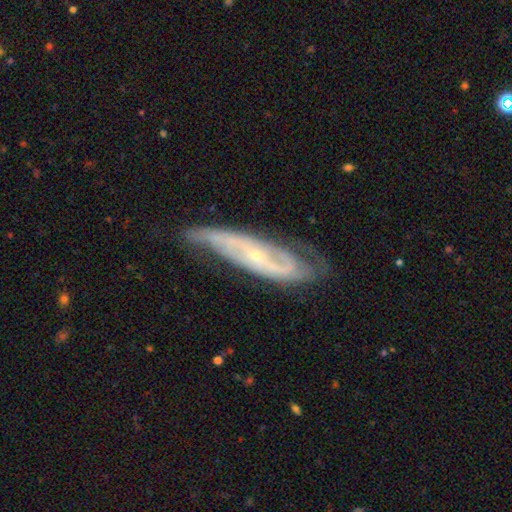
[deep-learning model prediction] smooth_or_featured: featured or disk (p=0.83) [alt: smooth p=0.10]
disk_edge_on: no (p=0.81) [alt: yes p=0.19]
bar: no (p=0.59) [alt: weak p=0.27]
has_spiral_arms: yes (p=0.94) [alt: no p=0.06]
spiral_winding: tight (p=0.43) [alt: medium p=0.39]
spiral_arm_count: 2 (p=0.58) [alt: can't tell p=0.23]
bulge_size: small (p=0.80) [alt: moderate p=0.17]
merging: none (p=0.66) [alt: minor disturbance p=0.24]